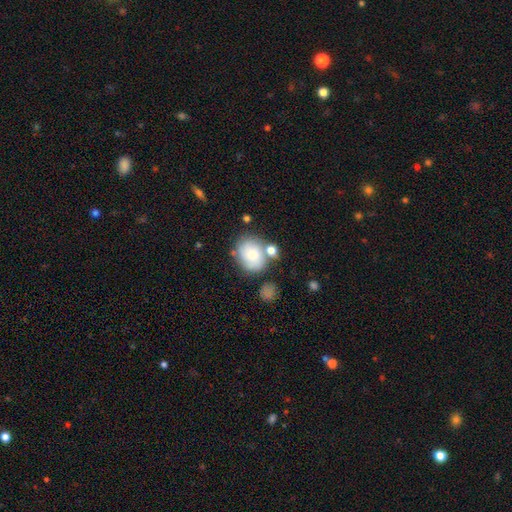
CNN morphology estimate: type=smooth (72%); roundness=round (57%); merging=none (54%).